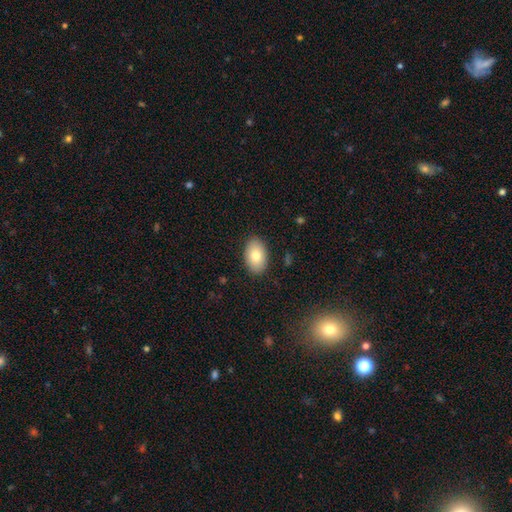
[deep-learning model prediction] This appears to be a smooth galaxy with no disk features (80%) that is in between round and cigar-shaped (91%). Merging: none (87%).